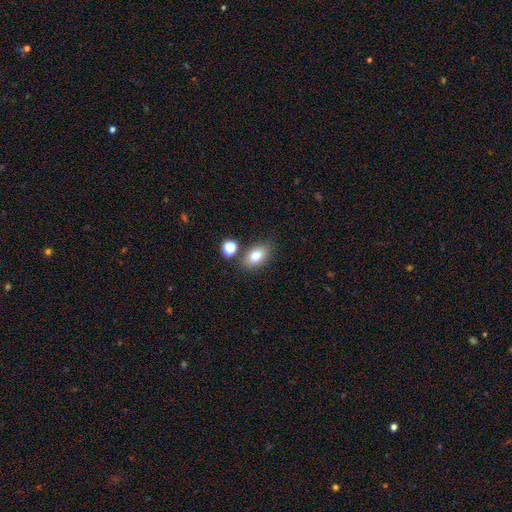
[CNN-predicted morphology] type=smooth (80%); roundness=in between (86%); merging=none (76%).